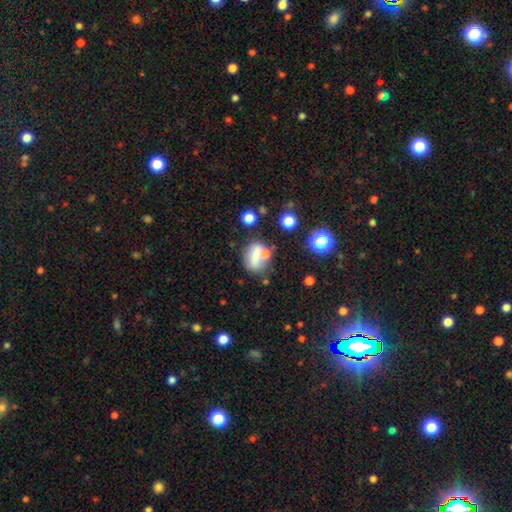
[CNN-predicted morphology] smooth_or_featured: smooth (p=0.64) [alt: featured or disk p=0.23]
how_rounded: in between (p=0.64) [alt: round p=0.29]
merging: none (p=0.48) [alt: merger p=0.22]